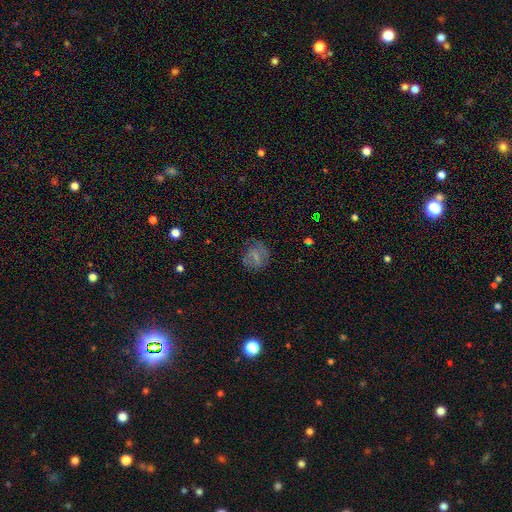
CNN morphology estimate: Smooth or featured? Predicted: smooth (p=0.58). How rounded? Predicted: round (p=0.71). Merging? Predicted: none (p=0.58).